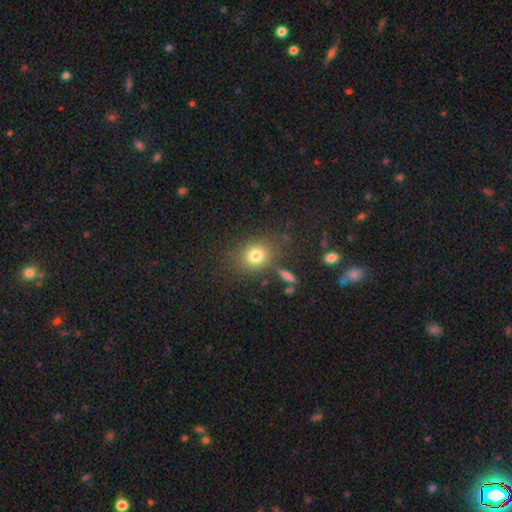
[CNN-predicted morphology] Smooth or featured? smooth (78%)
How rounded? round (69%)
Merging? none (79%)